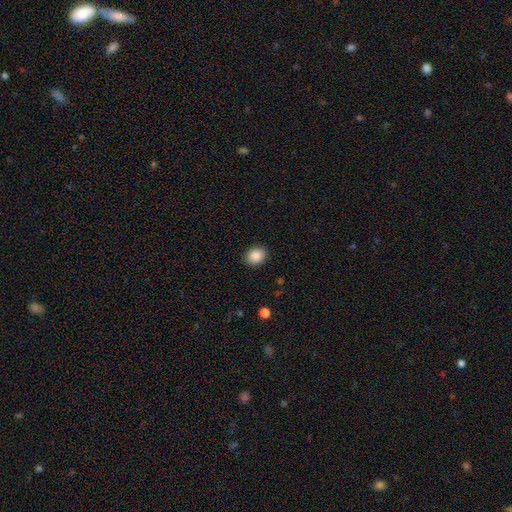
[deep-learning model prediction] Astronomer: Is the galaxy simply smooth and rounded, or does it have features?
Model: smooth — 88%.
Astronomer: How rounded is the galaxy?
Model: round — 50%, tied with in between at 50%.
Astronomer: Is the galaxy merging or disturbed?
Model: none — 89%.